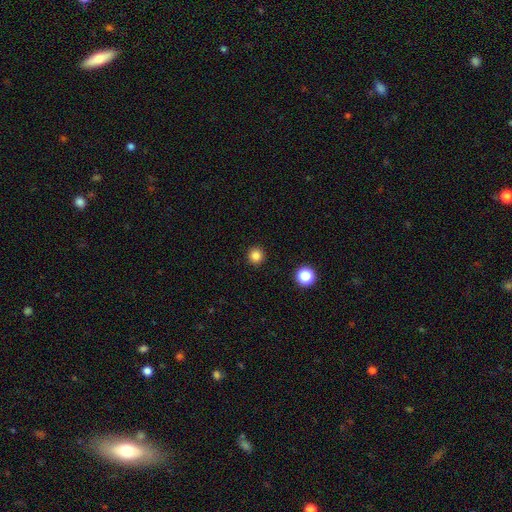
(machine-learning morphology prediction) A smooth galaxy with no disk features (84%) that is round (96%).

Vote fractions:
- Smooth or featured? smooth: 84% / star or artifact: 13% / featured or disk: 3%
- How rounded? round: 96% / in between: 3% / cigar-shaped: 1%
- Merging? none: 93% / minor disturbance: 4% / major disturbance: 2% / merger: 1%